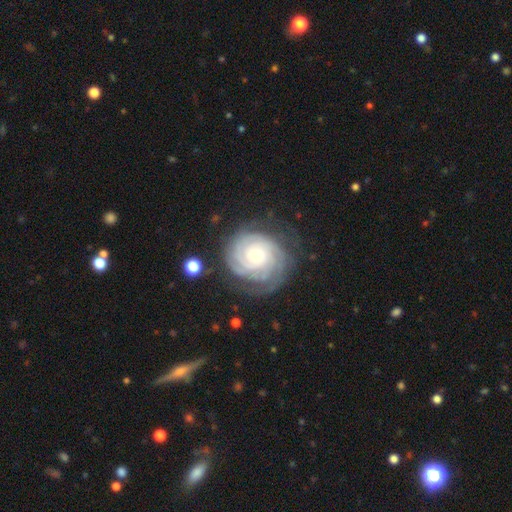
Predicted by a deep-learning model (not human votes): Overall: featured or disk (85%). Edge-on disk: no (98%). Bar: no (79%). Spiral arms: yes (97%). Spiral arm count: can't tell (33%; 3 20%). Spiral winding: tight (80%). Bulge size: small (49%; moderate 45%). Merging: none (70%).